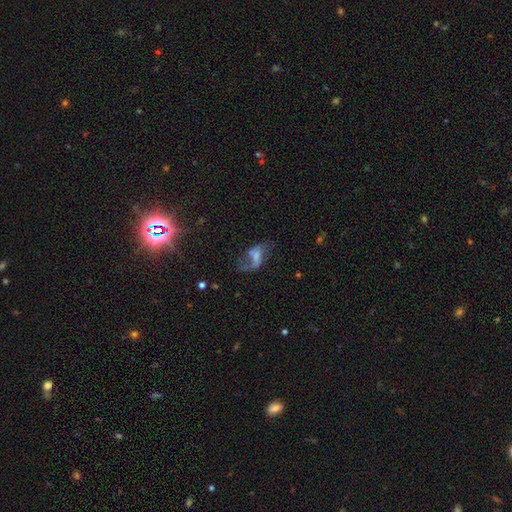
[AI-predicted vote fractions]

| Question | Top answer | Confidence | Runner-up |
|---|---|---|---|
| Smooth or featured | featured or disk | 59% | smooth (29%) |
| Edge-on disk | no | 95% | yes (5%) |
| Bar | no | 42% | weak (40%) |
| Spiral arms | yes | 71% | no (29%) |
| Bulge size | none | 38% | small (27%) |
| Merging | major disturbance | 39% | none (35%) |